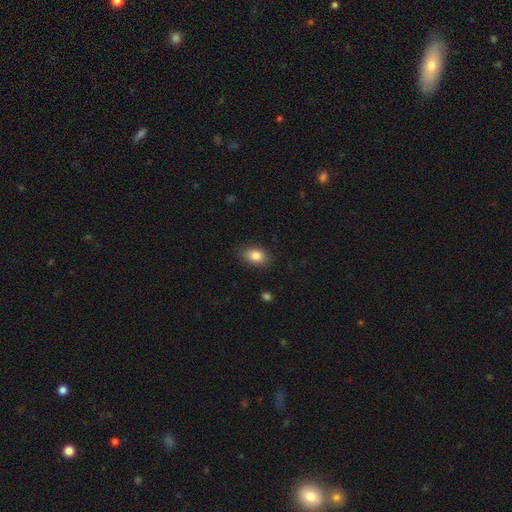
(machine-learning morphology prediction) The model was most divided on "how rounded": in between: 82%, round: 17%, cigar-shaped: 1%. More confident: smooth or featured — smooth (84%); merging — none (84%).